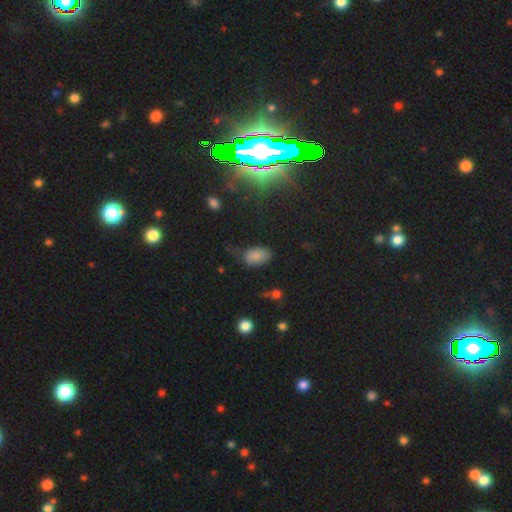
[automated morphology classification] Smooth or featured: smooth — 81% (star or artifact — 12%)
How rounded: in between — 91% (round — 7%)
Merging: none — 58% (minor disturbance — 28%)